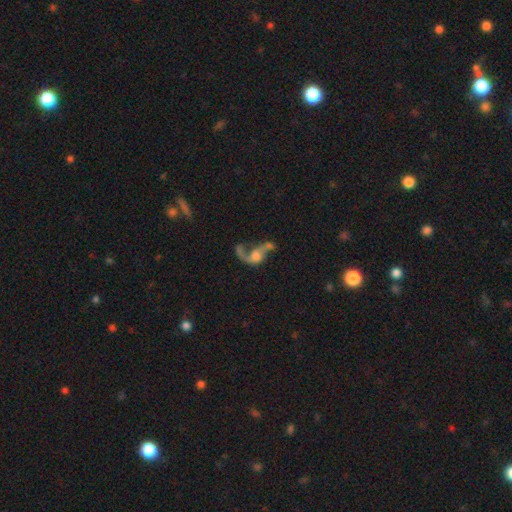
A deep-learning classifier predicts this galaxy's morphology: A featured or disk galaxy (75%) with no bar (64%), 2 (70%) loose (87%) spiral arms (81%) and a moderate central bulge (31%). Merging: major disturbance (34%).